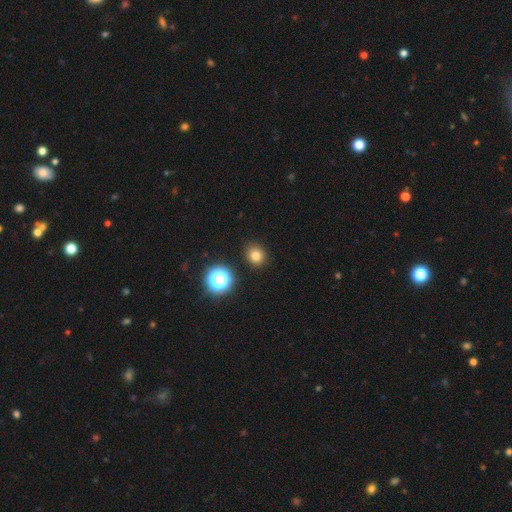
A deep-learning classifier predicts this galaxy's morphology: This is likely a smooth galaxy (79%). How rounded: likely round (80%). Merging: clearly none (89%).